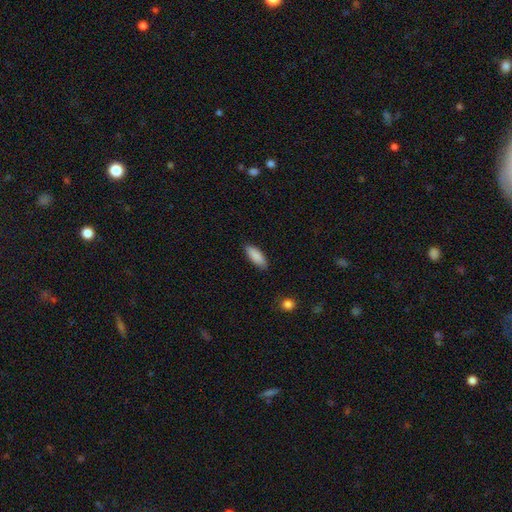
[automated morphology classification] smooth_or_featured: smooth (p=0.89) [alt: star or artifact p=0.06]
how_rounded: in between (p=0.71) [alt: cigar-shaped p=0.27]
merging: none (p=0.86) [alt: minor disturbance p=0.11]